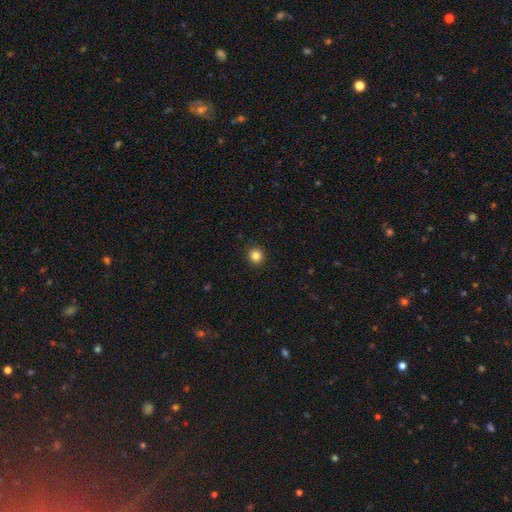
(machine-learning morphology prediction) Smooth or featured? Predicted: smooth (p=0.84). How rounded? Predicted: round (p=0.92). Merging? Predicted: none (p=0.92).